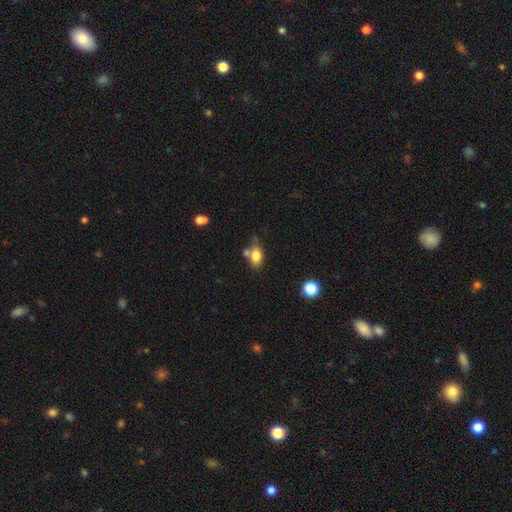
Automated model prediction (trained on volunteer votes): smooth_or_featured: smooth (p=0.78) [alt: featured or disk p=0.12]
how_rounded: in between (p=0.80) [alt: round p=0.17]
merging: none (p=0.50) [alt: merger p=0.24]